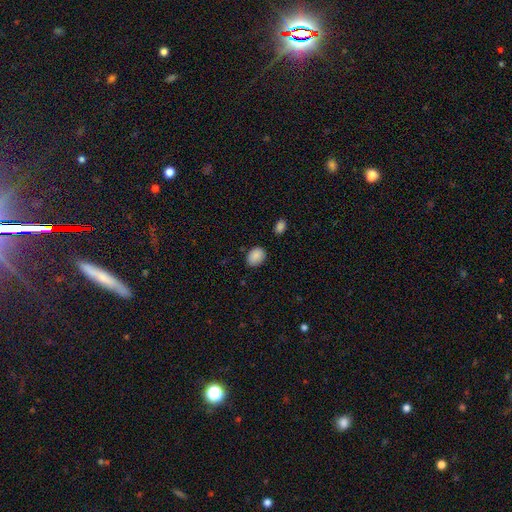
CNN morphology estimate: A smooth galaxy with no disk features (89%) that is in between round and cigar-shaped (63%). Merging: none (82%).